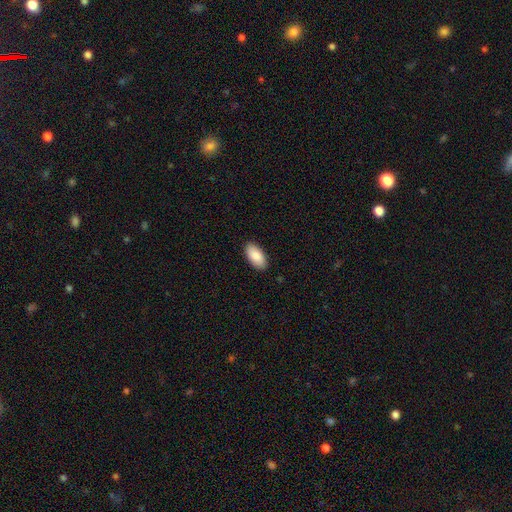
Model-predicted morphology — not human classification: This is clearly a smooth galaxy (89%). How rounded: clearly in between (95%). Merging: clearly none (89%).